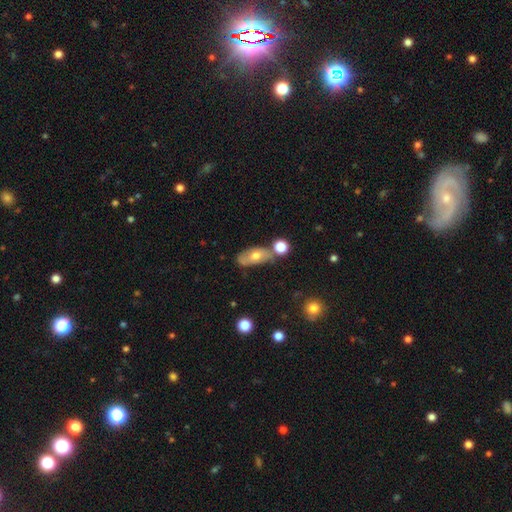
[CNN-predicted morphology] smooth-or-featured: smooth: 59% | featured or disk: 32% | star or artifact: 9%
  how-rounded: in between: 81% | cigar-shaped: 12% | round: 7%
  merging: none: 56% | minor disturbance: 19% | merger: 19% | major disturbance: 6%